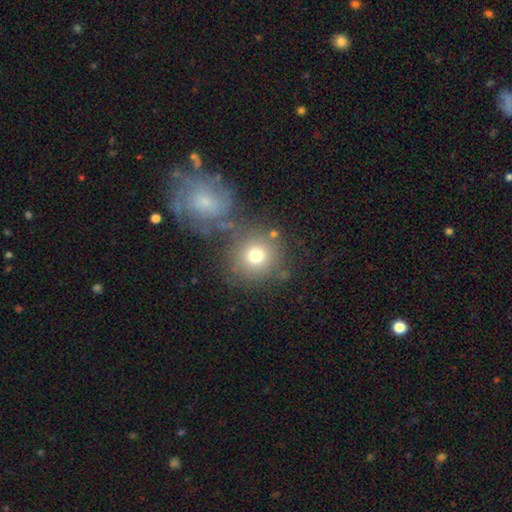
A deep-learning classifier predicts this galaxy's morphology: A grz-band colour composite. It shows a smooth galaxy with no disk features (74%) that is round (92%). Merging: none (69%).